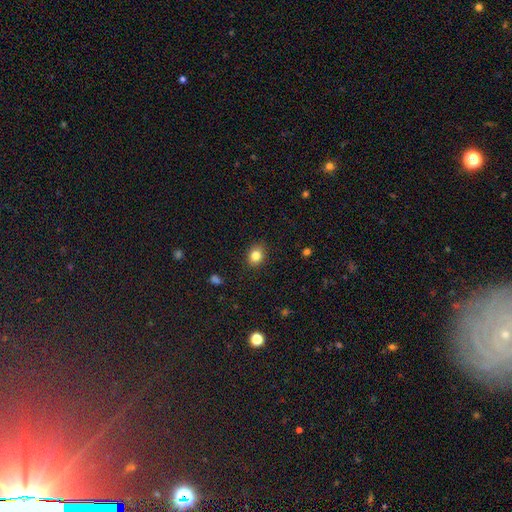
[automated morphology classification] Overall: smooth (83%). How rounded: round (59%; in between 40%). Merging: none (88%).